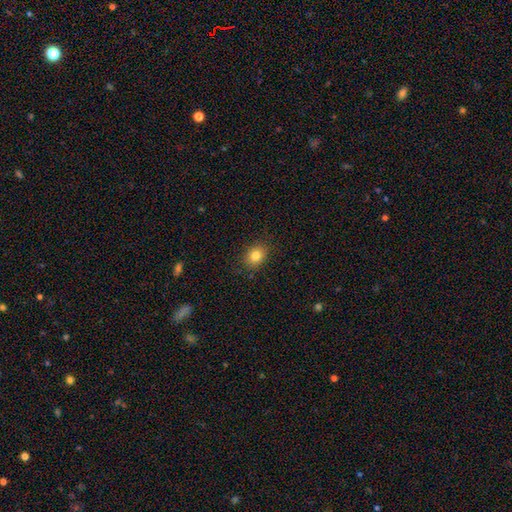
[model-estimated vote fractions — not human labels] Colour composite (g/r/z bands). It shows a smooth galaxy with no disk features (82%) that is in between round and cigar-shaped (55%). Merging: none (87%).